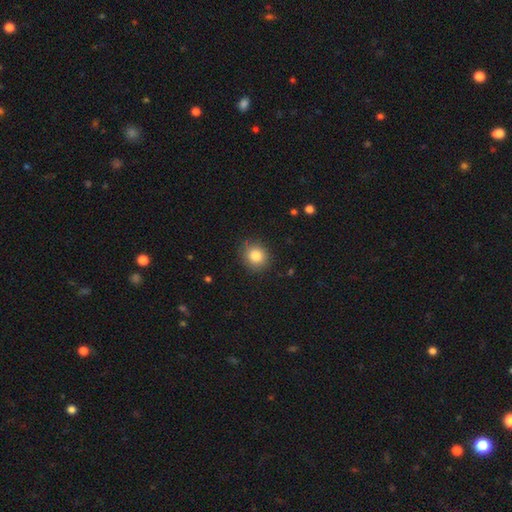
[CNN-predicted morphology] Smooth or featured? smooth (84%)
How rounded? round (85%)
Merging? none (86%)